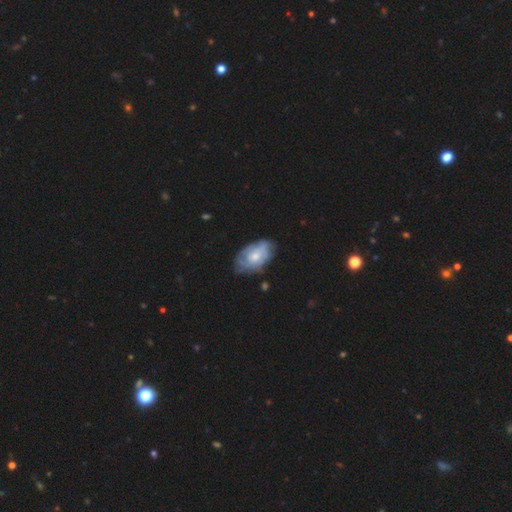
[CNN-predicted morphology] smooth-or-featured: featured or disk: 54% | smooth: 40% | star or artifact: 6%
  disk-edge-on: no: 95% | yes: 5%
    bar: no: 79% | weak: 18% | strong: 3%
    has-spiral-arms: yes: 60% | no: 40%
    bulge-size: moderate: 53% | small: 35% | large: 7% | none: 4% | dominant: 1%
  merging: none: 60% | minor disturbance: 28% | major disturbance: 10% | merger: 2%